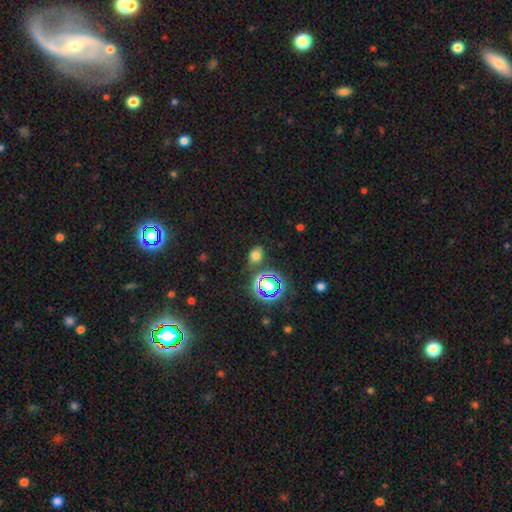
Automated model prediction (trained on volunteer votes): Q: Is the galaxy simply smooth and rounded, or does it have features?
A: smooth — 65%.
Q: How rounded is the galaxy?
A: in between — 55%.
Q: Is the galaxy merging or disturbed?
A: none — 73%.